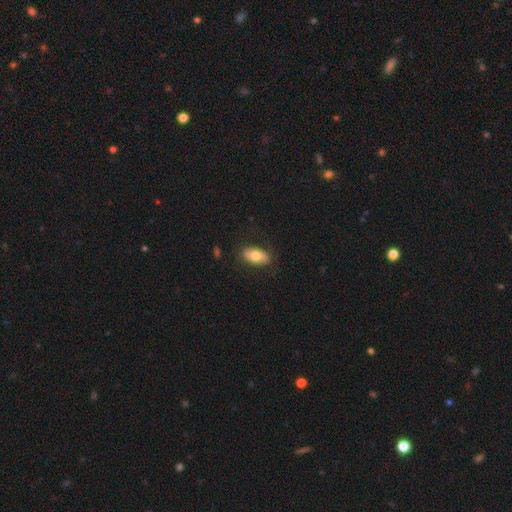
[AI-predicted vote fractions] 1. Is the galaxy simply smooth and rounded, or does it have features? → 70% smooth, 24% featured or disk, 6% star or artifact.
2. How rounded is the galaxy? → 89% in between, 6% cigar-shaped, 5% round.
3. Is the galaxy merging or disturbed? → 83% none, 12% minor disturbance, 3% major disturbance, 1% merger.